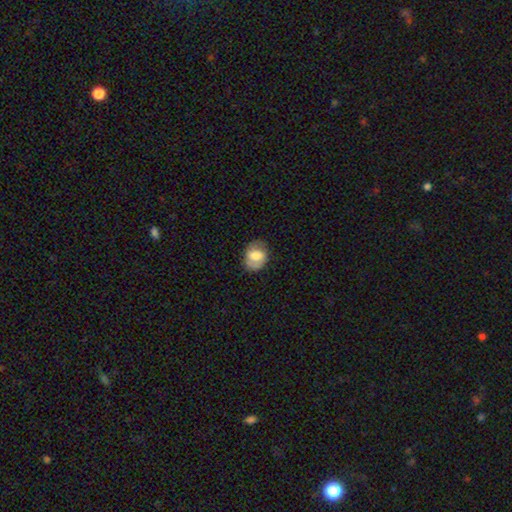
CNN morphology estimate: The model was most divided on "how rounded": in between: 59%, round: 40%, cigar-shaped: 1%. More confident: merging — none (69%); smooth or featured — smooth (65%).